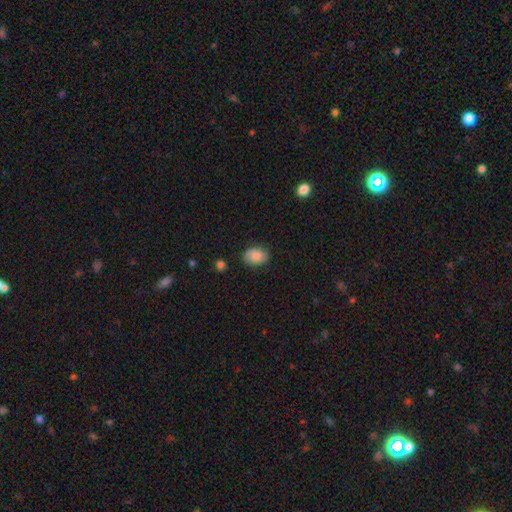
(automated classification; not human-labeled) Q: Smooth or featured?
A: smooth (80%); runner-up: featured or disk (11%)
Q: How rounded?
A: in between (73%); runner-up: round (25%)
Q: Merging?
A: none (78%); runner-up: minor disturbance (17%)